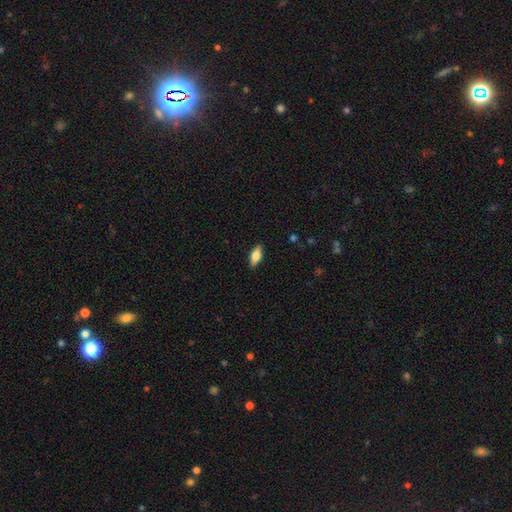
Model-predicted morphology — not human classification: A smooth galaxy with no disk features (73%) that is in between round and cigar-shaped (78%). Merging: none (88%).